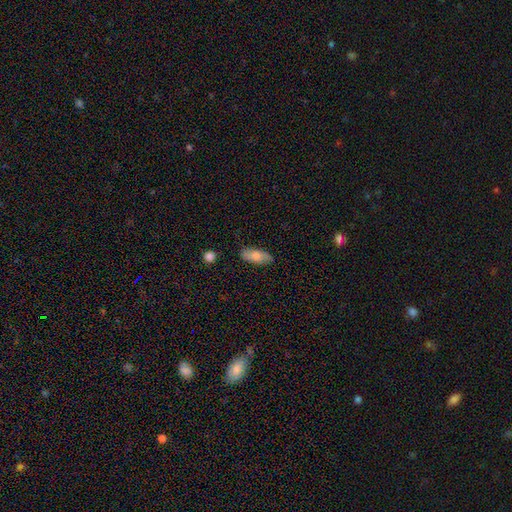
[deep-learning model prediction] smooth 74%, featured or disk 20%, star or artifact 7%. Down the decision tree: how rounded — in between (80%); merging — none (81%).